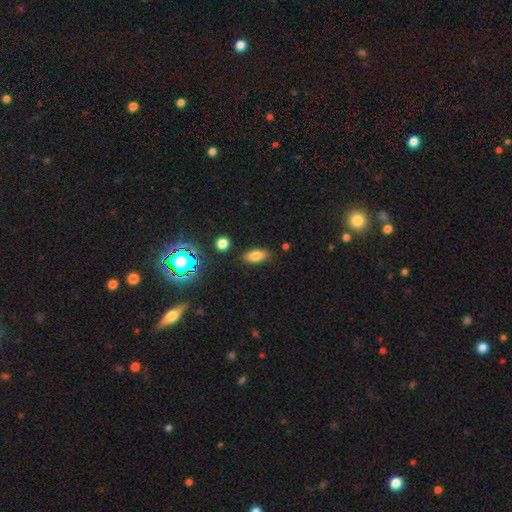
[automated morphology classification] Overall: smooth (78%). How rounded: in between (84%). Merging: none (83%).